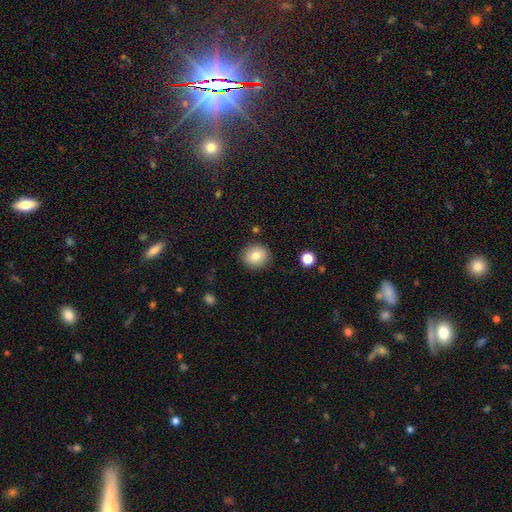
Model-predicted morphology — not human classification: Q: Smooth or featured?
A: smooth (82%); runner-up: featured or disk (9%)
Q: How rounded?
A: round (86%); runner-up: in between (13%)
Q: Merging?
A: none (89%); runner-up: minor disturbance (7%)